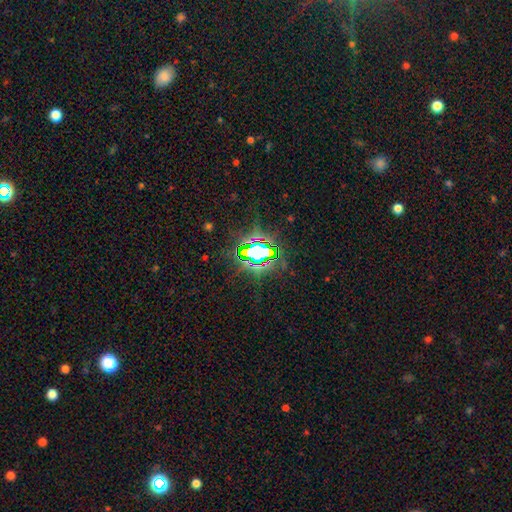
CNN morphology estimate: star or artifact 81%, smooth 11%, featured or disk 8%.